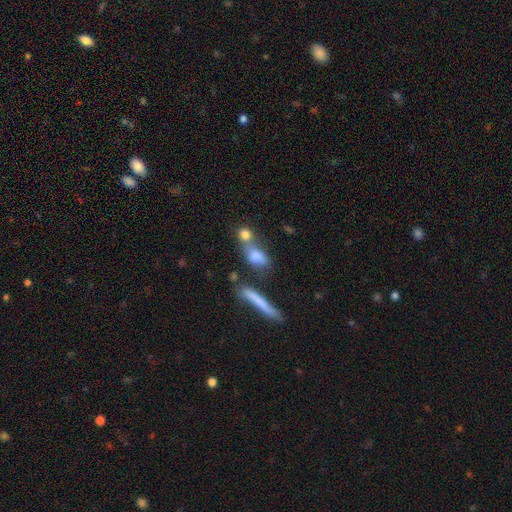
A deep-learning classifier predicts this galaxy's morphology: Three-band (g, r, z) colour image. It shows a smooth galaxy with no disk features (72%) that is in between round and cigar-shaped (42%). Merging: none (40%).